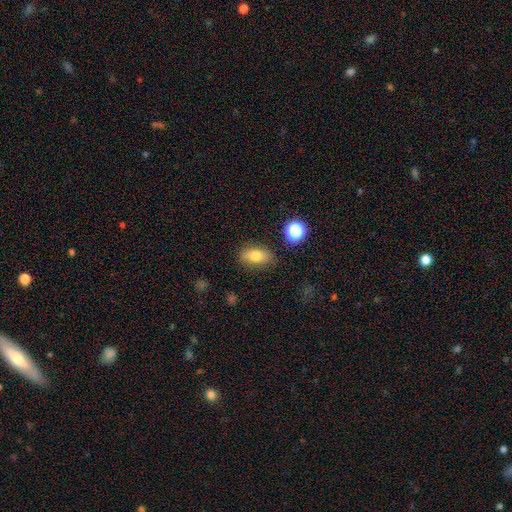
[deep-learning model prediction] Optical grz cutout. It shows a smooth galaxy with no disk features (72%) that is in between round and cigar-shaped (81%). Merging: none (82%).